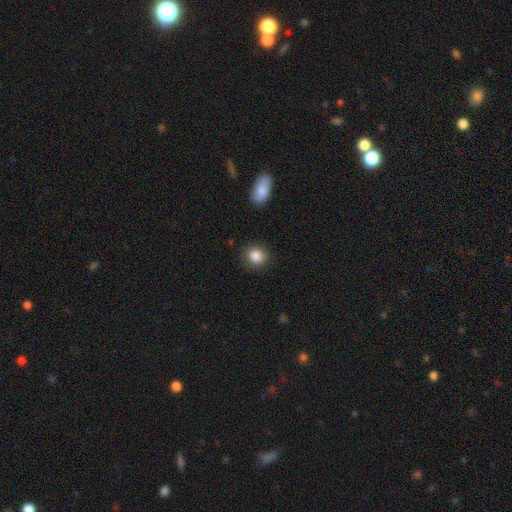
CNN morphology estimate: smooth_or_featured: smooth (p=0.87) [alt: star or artifact p=0.09]
how_rounded: round (p=0.85) [alt: in between p=0.14]
merging: none (p=0.88) [alt: minor disturbance p=0.08]